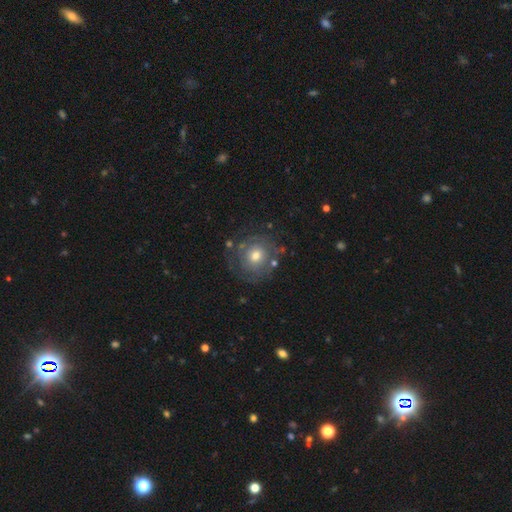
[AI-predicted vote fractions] Q: Smooth or featured?
A: featured or disk (50%); runner-up: smooth (41%)
Q: Edge-on disk?
A: no (97%); runner-up: yes (3%)
Q: Merging?
A: none (70%); runner-up: minor disturbance (16%)